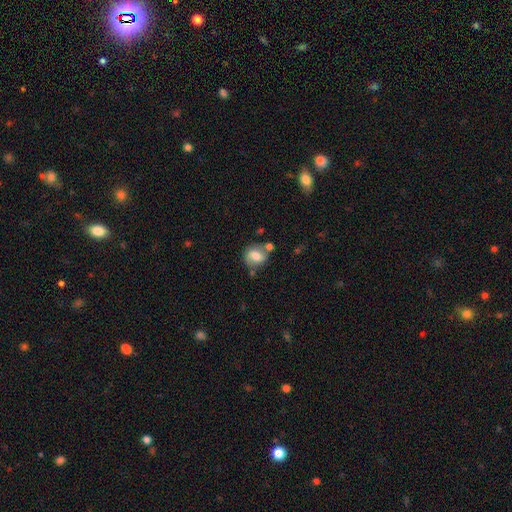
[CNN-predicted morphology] A smooth galaxy with no disk features (67%) that is round (63%). Merging: none (59%).